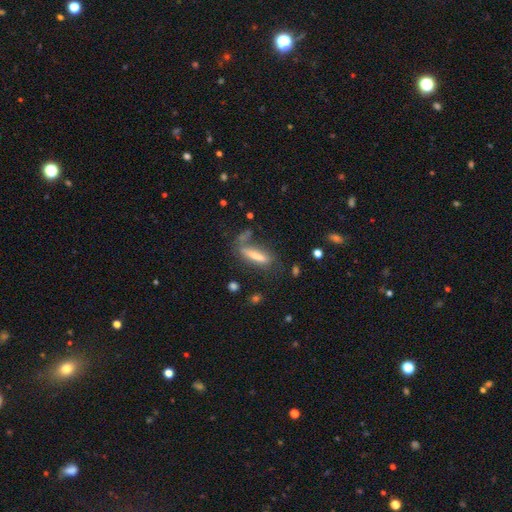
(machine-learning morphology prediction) smooth 58%, featured or disk 32%, star or artifact 10%. Down the decision tree: how rounded — cigar-shaped (78%); merging — none (54%).